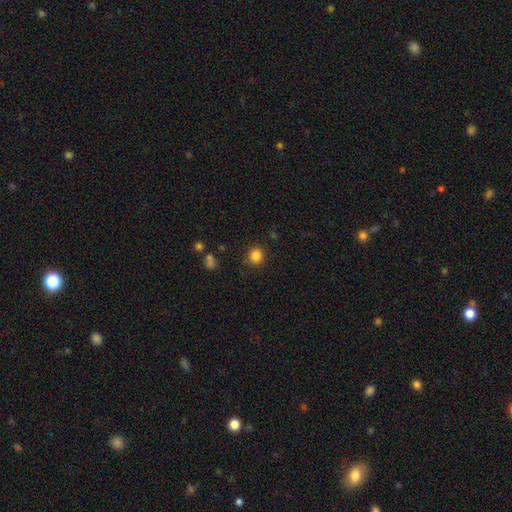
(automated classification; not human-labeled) A smooth galaxy with no disk features (84%) that is round (91%). Merging: none (89%).